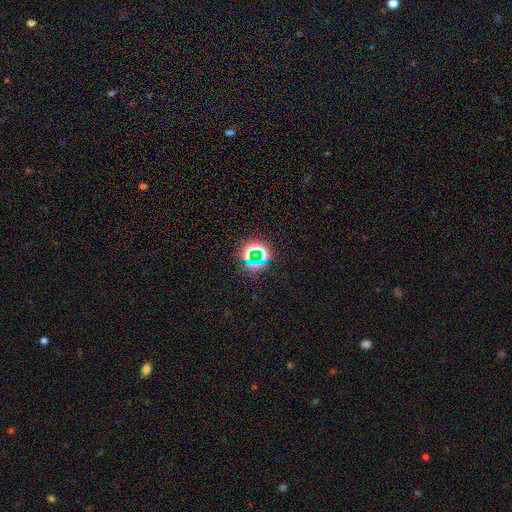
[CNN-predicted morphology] This is likely a star or artifact rather than a galaxy (75%).